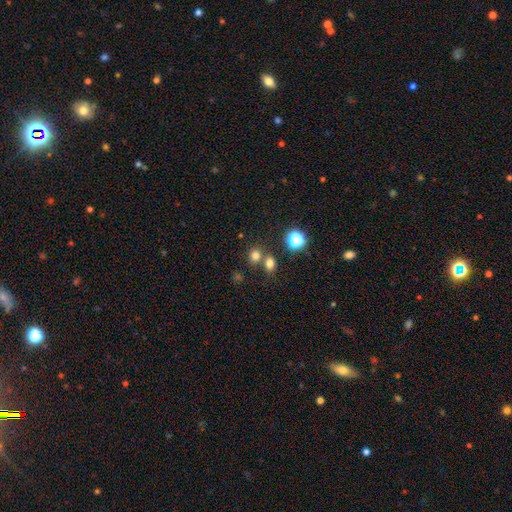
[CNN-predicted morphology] This appears to be a smooth galaxy with no disk features (74%) that is round (68%). Merging: none (60%).